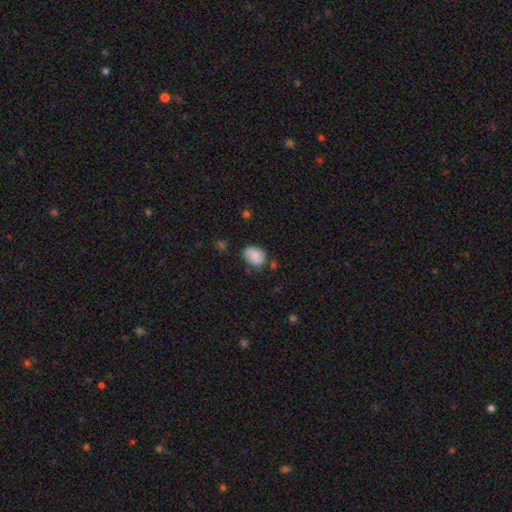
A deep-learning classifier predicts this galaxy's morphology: smooth-or-featured: smooth: 81% | featured or disk: 11% | star or artifact: 8%
  how-rounded: in between: 62% | round: 37% | cigar-shaped: 1%
  merging: none: 68% | minor disturbance: 23% | major disturbance: 5% | merger: 4%